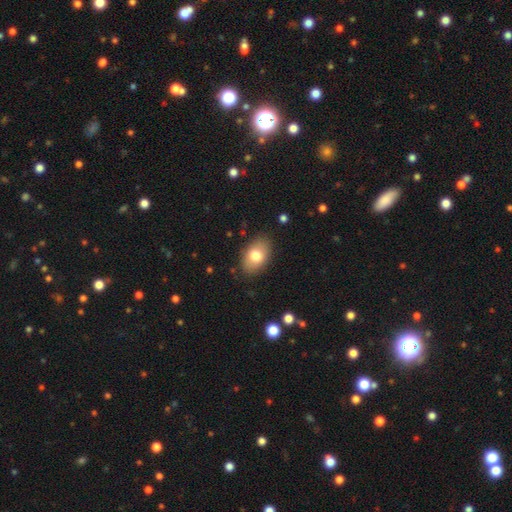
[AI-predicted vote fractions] Q: Smooth or featured?
A: smooth (76%); runner-up: featured or disk (16%)
Q: How rounded?
A: in between (86%); runner-up: round (13%)
Q: Merging?
A: none (85%); runner-up: minor disturbance (11%)